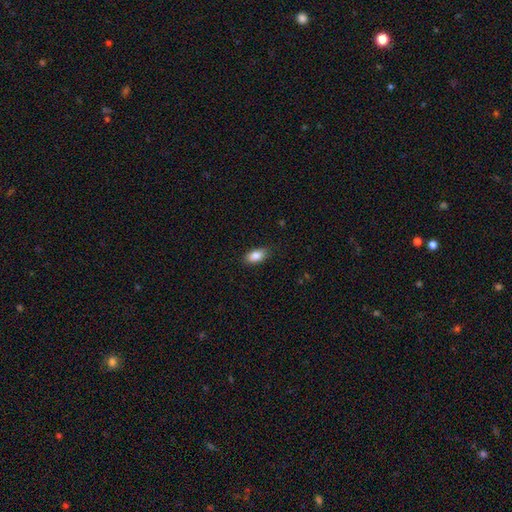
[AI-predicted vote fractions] Smooth or featured? smooth (86%)
How rounded? in between (91%)
Merging? none (86%)